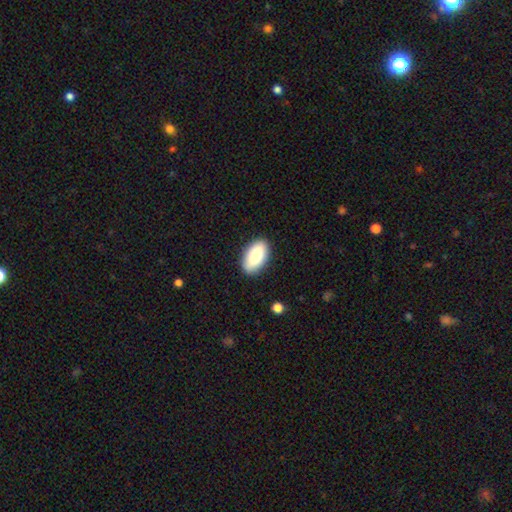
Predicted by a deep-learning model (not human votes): smooth_or_featured: smooth (p=0.84) [alt: featured or disk p=0.09]
how_rounded: in between (p=0.94) [alt: round p=0.03]
merging: none (p=0.88) [alt: minor disturbance p=0.09]